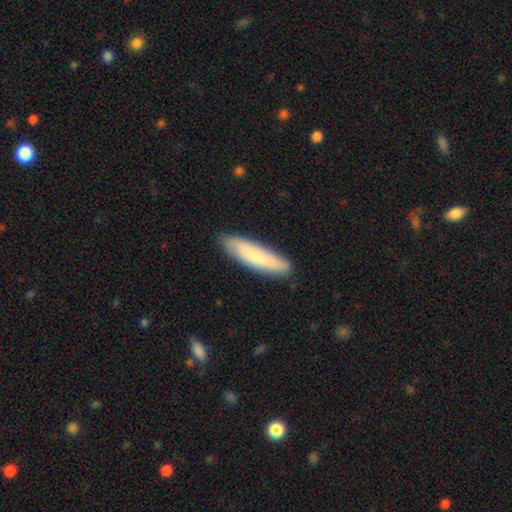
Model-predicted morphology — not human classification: This appears to be a smooth galaxy with no disk features (73%) that is cigar-shaped (78%). Merging: none (85%).